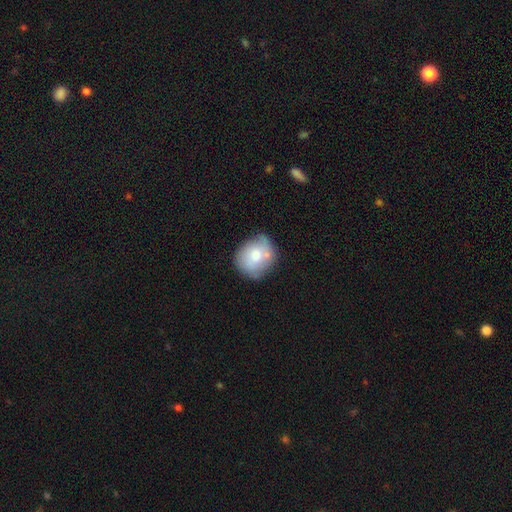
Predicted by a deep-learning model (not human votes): Overall: smooth (69%). How rounded: round (69%; in between 30%). Merging: none (55%; minor disturbance 27%).